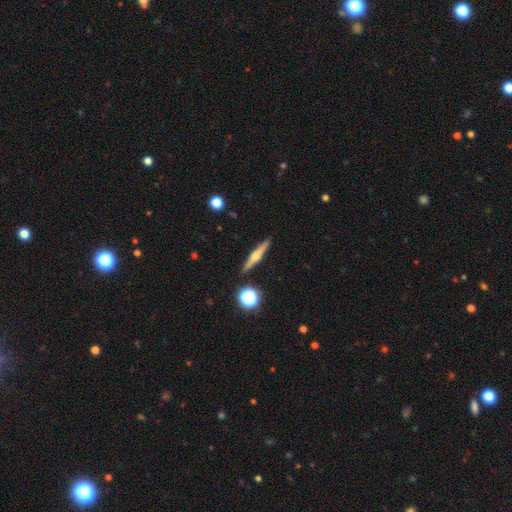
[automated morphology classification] smooth_or_featured: featured or disk (p=0.69) [alt: smooth p=0.24]
disk_edge_on: yes (p=0.98) [alt: no p=0.02]
edge_on_bulge: rounded (p=0.90) [alt: boxy p=0.06]
merging: none (p=0.91) [alt: minor disturbance p=0.06]